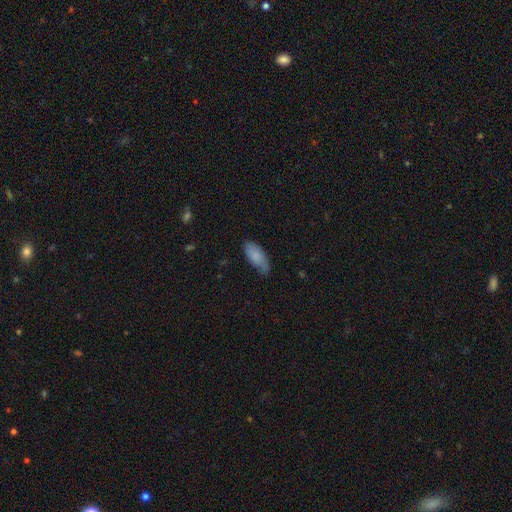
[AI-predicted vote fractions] Q: Smooth or featured?
A: smooth (82%); runner-up: featured or disk (12%)
Q: How rounded?
A: in between (84%); runner-up: cigar-shaped (14%)
Q: Merging?
A: none (64%); runner-up: minor disturbance (29%)